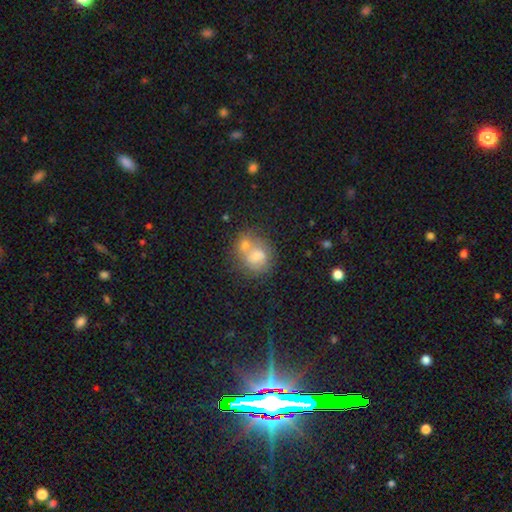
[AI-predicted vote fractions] smooth_or_featured: smooth (p=0.64) [alt: featured or disk p=0.23]
how_rounded: round (p=0.65) [alt: in between p=0.34]
merging: merger (p=0.48) [alt: none p=0.35]